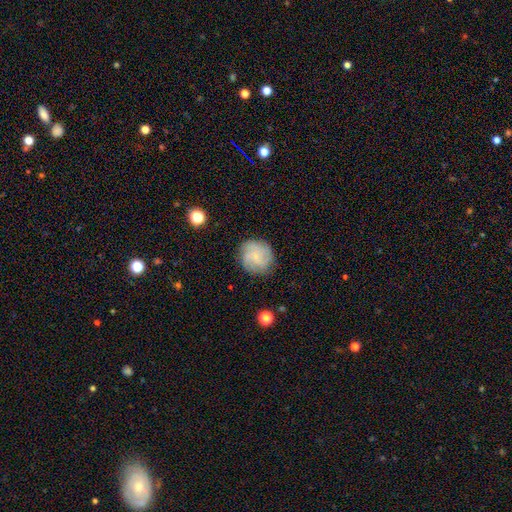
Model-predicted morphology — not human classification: smooth-or-featured: featured or disk: 52% | smooth: 38% | star or artifact: 9%
  disk-edge-on: no: 98% | yes: 2%
    bar: no: 69% | weak: 27% | strong: 4%
    has-spiral-arms: yes: 90% | no: 10%
    bulge-size: small: 67% | none: 18% | moderate: 13% | large: 1% | dominant: 1%
  merging: none: 82% | minor disturbance: 13% | major disturbance: 5% | merger: 1%